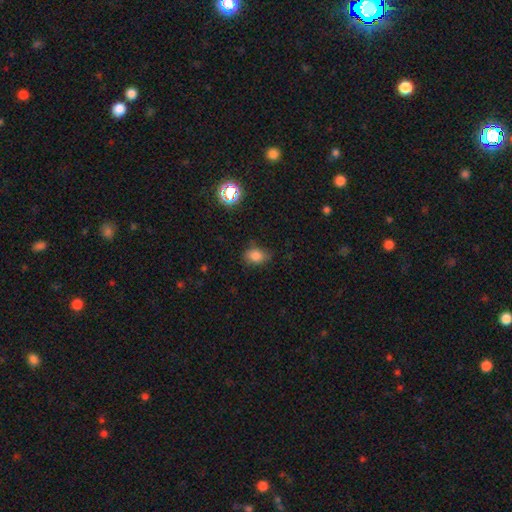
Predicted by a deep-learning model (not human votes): Overall: smooth (81%). How rounded: in between (67%; round 32%). Merging: none (72%).